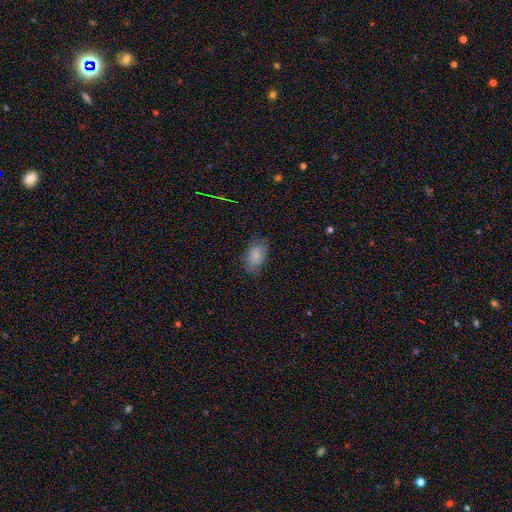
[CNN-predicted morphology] Smooth or featured? smooth (84%)
How rounded? in between (91%)
Merging? none (76%)